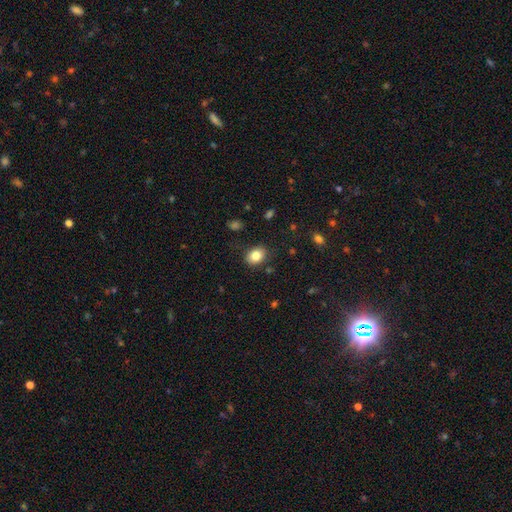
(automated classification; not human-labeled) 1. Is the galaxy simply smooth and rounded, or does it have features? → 84% smooth, 9% star or artifact, 7% featured or disk.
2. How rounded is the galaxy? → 62% in between, 37% round, 1% cigar-shaped.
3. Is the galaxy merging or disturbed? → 83% none, 12% minor disturbance, 3% major disturbance, 2% merger.